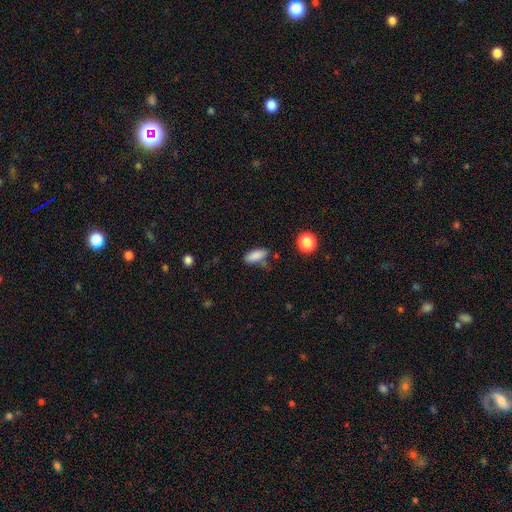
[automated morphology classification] smooth_or_featured: smooth (p=0.85) [alt: star or artifact p=0.09]
how_rounded: in between (p=0.76) [alt: cigar-shaped p=0.21]
merging: none (p=0.65) [alt: minor disturbance p=0.22]